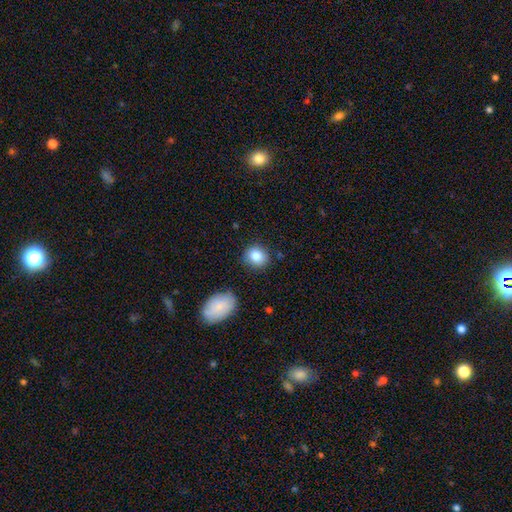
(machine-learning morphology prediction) The model was most divided on "how rounded": round: 80%, in between: 19%, cigar-shaped: 1%. More confident: merging — none (84%); smooth or featured — smooth (83%).